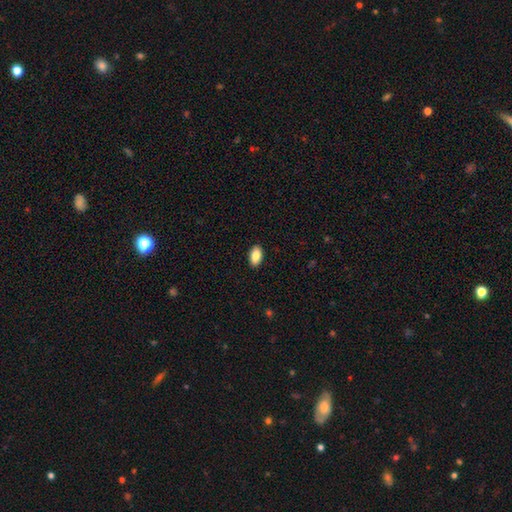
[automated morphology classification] A smooth galaxy with no disk features (86%) that is in between round and cigar-shaped (94%). Merging: none (90%).